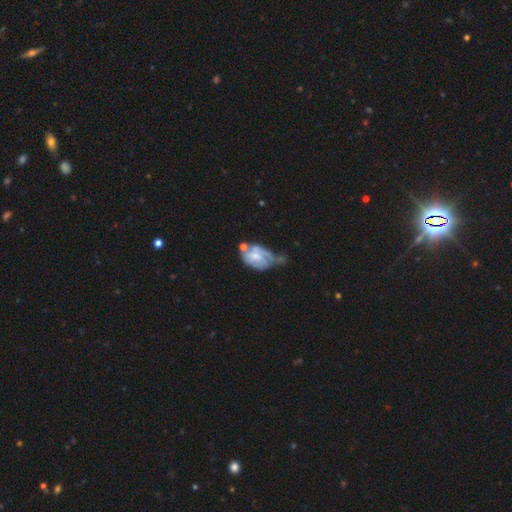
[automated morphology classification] Smooth or featured? featured or disk (55%)
Edge-on disk? no (96%)
Bar? no (73%)
Spiral arms? yes (52%)
Bulge size? small (45%)
Merging? major disturbance (31%)